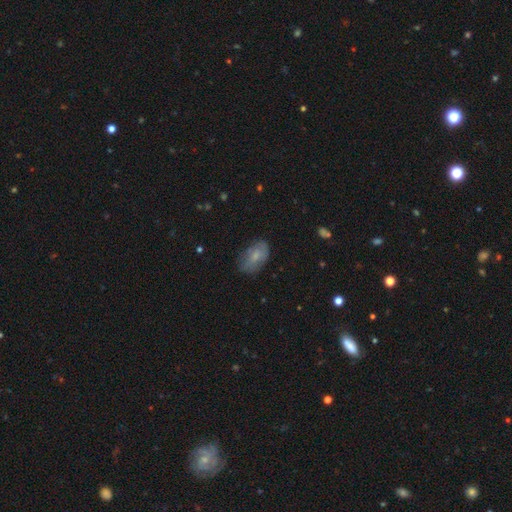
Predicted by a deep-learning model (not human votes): The model was most divided on "merging": none: 68%, minor disturbance: 24%, major disturbance: 7%, merger: 1%. More confident: how rounded — in between (92%); smooth or featured — smooth (68%).